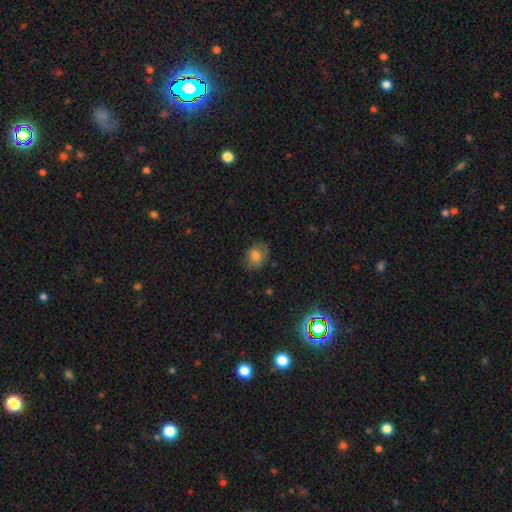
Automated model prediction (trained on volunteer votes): This is likely a smooth galaxy (75%). How rounded: possibly in between (55%). Merging: likely none (71%).